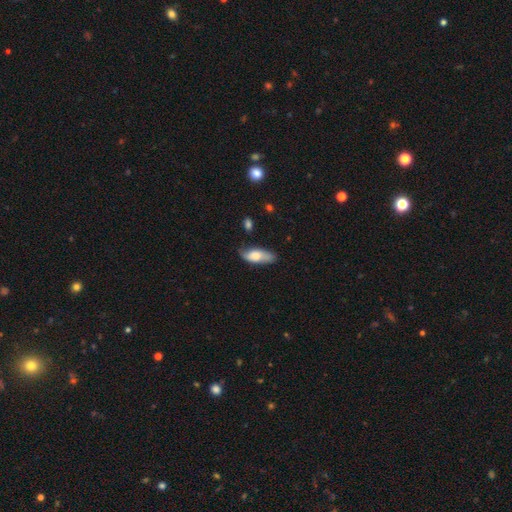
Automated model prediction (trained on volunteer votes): smooth-or-featured: smooth: 71% | featured or disk: 23% | star or artifact: 6%
  how-rounded: in between: 79% | cigar-shaped: 19% | round: 3%
  merging: none: 56% | minor disturbance: 32% | major disturbance: 8% | merger: 4%